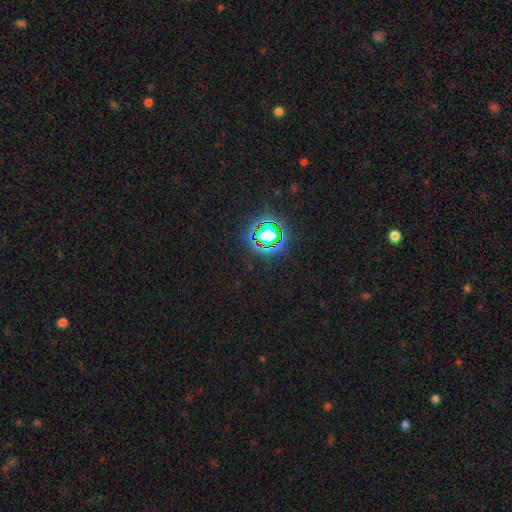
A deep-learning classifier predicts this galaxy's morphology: Smooth or featured? star or artifact (80%)